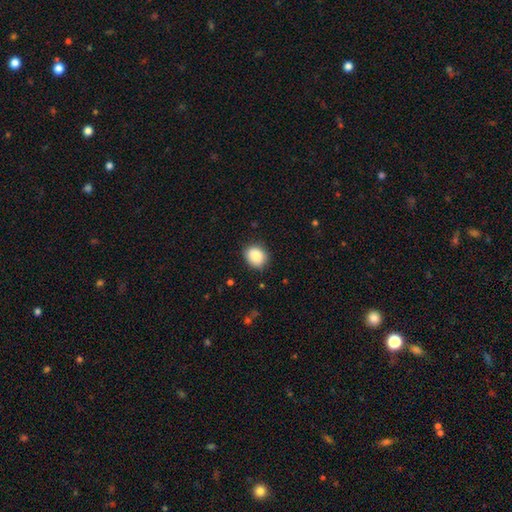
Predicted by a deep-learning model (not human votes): smooth_or_featured: smooth (p=0.88) [alt: star or artifact p=0.08]
how_rounded: round (p=0.61) [alt: in between p=0.38]
merging: none (p=0.84) [alt: minor disturbance p=0.12]